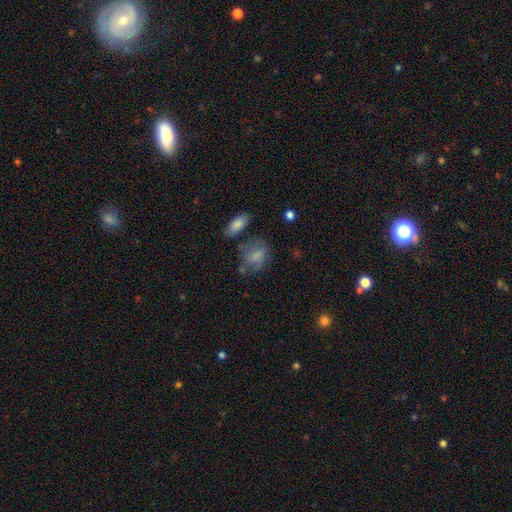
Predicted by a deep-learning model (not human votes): A smooth galaxy with no disk features (74%) that is in between round and cigar-shaped (64%).

Vote fractions:
- Smooth or featured? smooth: 74% / featured or disk: 16% / star or artifact: 10%
- How rounded? in between: 64% / round: 33% / cigar-shaped: 3%
- Merging? none: 51% / minor disturbance: 25% / major disturbance: 14% / merger: 10%